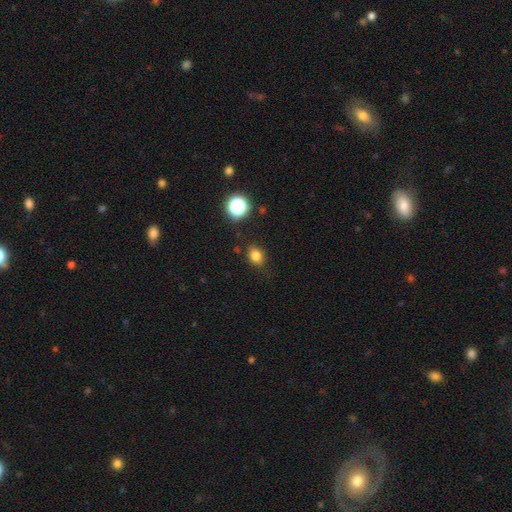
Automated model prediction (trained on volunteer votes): smooth 80%, star or artifact 14%, featured or disk 6%. Down the decision tree: how rounded — in between (55%); merging — none (83%).